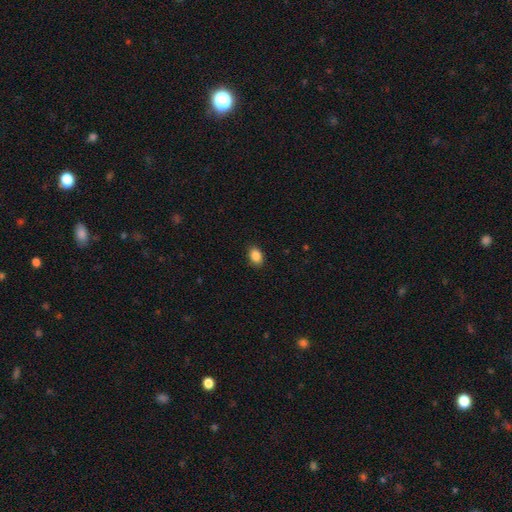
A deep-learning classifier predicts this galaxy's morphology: smooth-or-featured: smooth: 88% | star or artifact: 9% | featured or disk: 4%
  how-rounded: in between: 79% | round: 20% | cigar-shaped: 1%
  merging: none: 89% | minor disturbance: 8% | major disturbance: 2% | merger: 1%